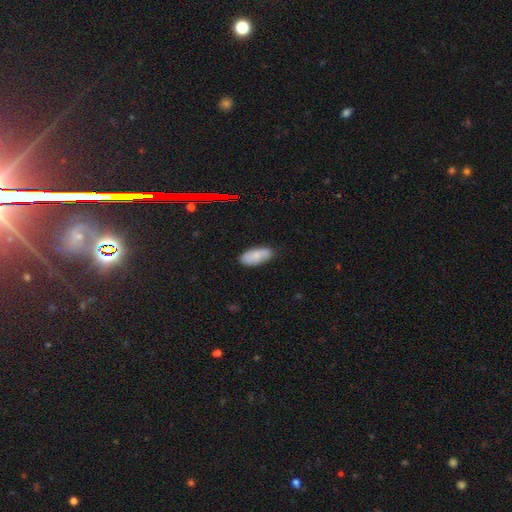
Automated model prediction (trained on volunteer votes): This is likely a smooth galaxy (77%). How rounded: clearly in between (87%). Merging: clearly none (82%).